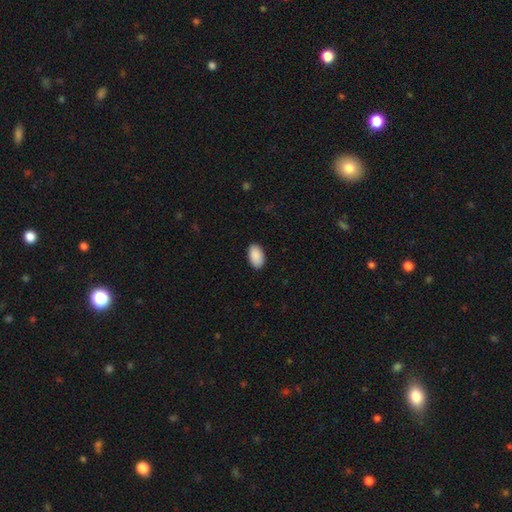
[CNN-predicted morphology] Q: Smooth or featured?
A: smooth (91%); runner-up: star or artifact (6%)
Q: How rounded?
A: in between (95%); runner-up: round (4%)
Q: Merging?
A: none (89%); runner-up: minor disturbance (8%)